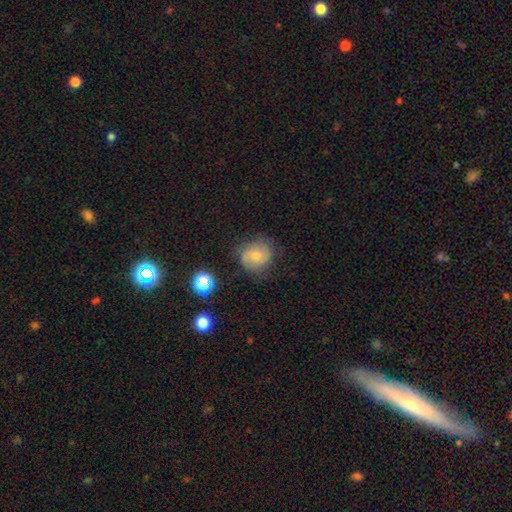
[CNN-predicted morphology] type=smooth (58%); roundness=round (76%); merging=none (69%).